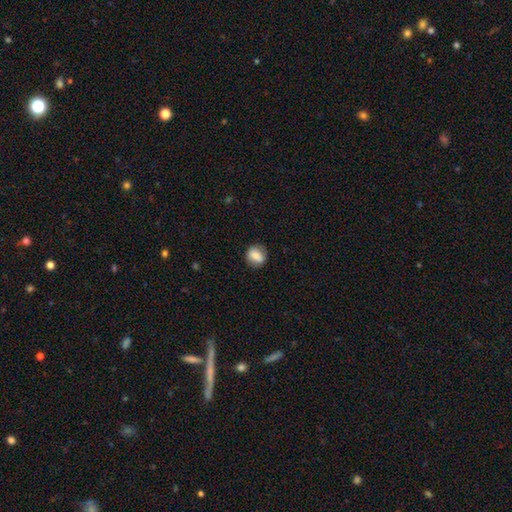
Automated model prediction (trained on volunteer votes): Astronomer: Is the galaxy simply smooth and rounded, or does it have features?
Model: smooth — 79%.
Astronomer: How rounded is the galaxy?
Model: round — 66%.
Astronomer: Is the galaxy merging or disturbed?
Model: none — 83%.